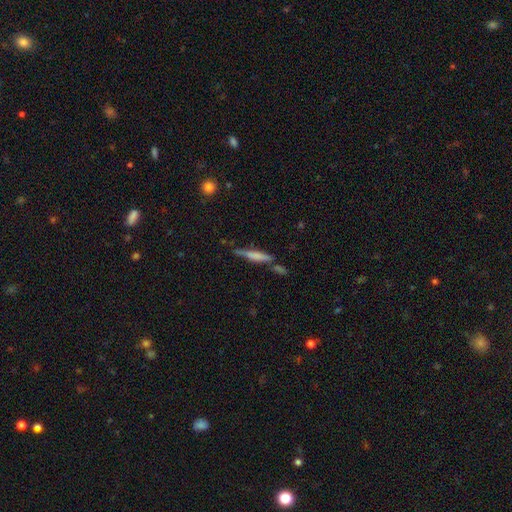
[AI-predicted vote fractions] Overall: smooth (54%; featured or disk 39%). How rounded: cigar-shaped (90%). Merging: none (68%).